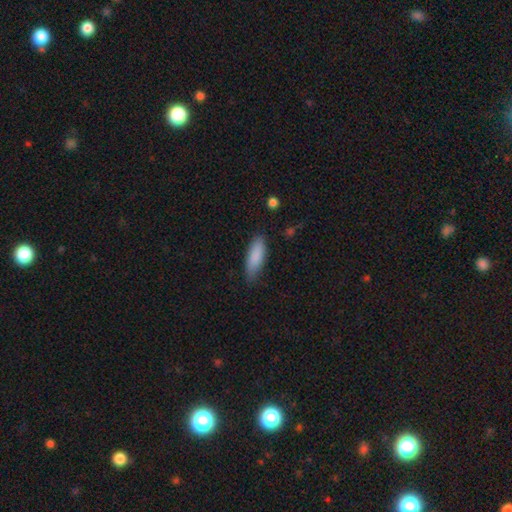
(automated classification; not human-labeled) Q: Smooth or featured?
A: smooth (87%); runner-up: featured or disk (7%)
Q: How rounded?
A: in between (61%); runner-up: cigar-shaped (37%)
Q: Merging?
A: none (78%); runner-up: minor disturbance (17%)